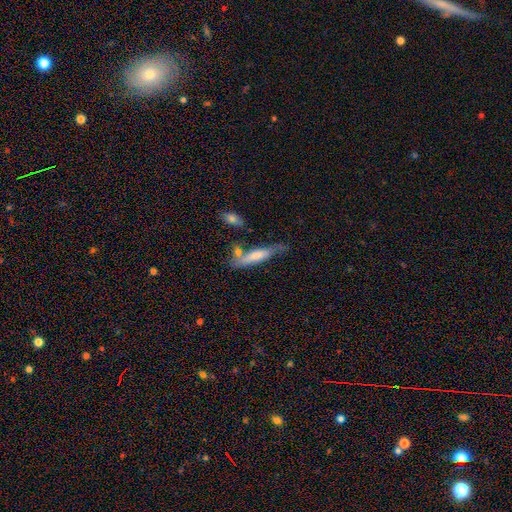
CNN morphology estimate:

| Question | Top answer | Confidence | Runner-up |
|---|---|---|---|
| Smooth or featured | smooth | 66% | featured or disk (28%) |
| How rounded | cigar-shaped | 72% | in between (26%) |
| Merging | none | 46% | minor disturbance (28%) |